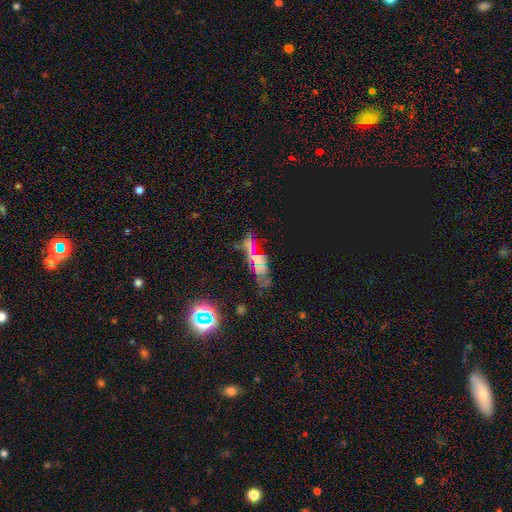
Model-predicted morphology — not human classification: smooth-or-featured: star or artifact: 43% | featured or disk: 29% | smooth: 28%